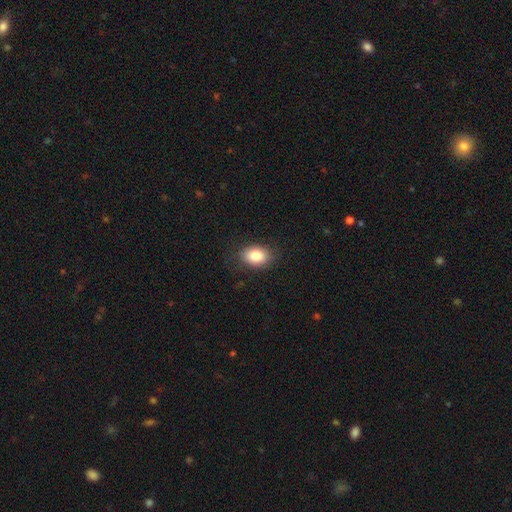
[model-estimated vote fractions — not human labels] A smooth galaxy with no disk features (86%) that is in between round and cigar-shaped (81%). Merging: none (82%).